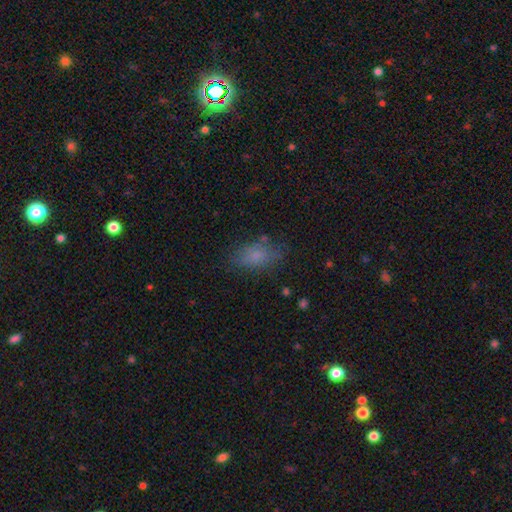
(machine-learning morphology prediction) smooth 76%, featured or disk 12%, star or artifact 11%. Down the decision tree: how rounded — in between (87%); merging — none (71%).